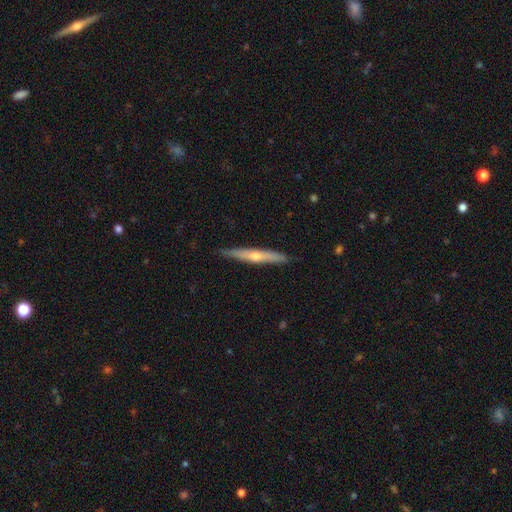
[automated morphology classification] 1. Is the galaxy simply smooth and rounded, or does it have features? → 56% featured or disk, 38% smooth, 6% star or artifact.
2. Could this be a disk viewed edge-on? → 94% yes, 6% no.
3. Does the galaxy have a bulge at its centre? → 80% rounded, 17% none, 3% boxy.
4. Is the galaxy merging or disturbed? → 88% none, 10% minor disturbance, 2% major disturbance, 1% merger.